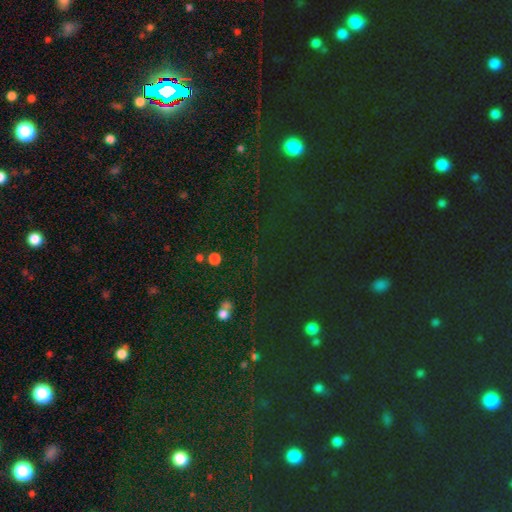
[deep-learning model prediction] A star or artifact, not a galaxy (78%).

Vote fractions:
- Smooth or featured? star or artifact: 78% / smooth: 14% / featured or disk: 8%